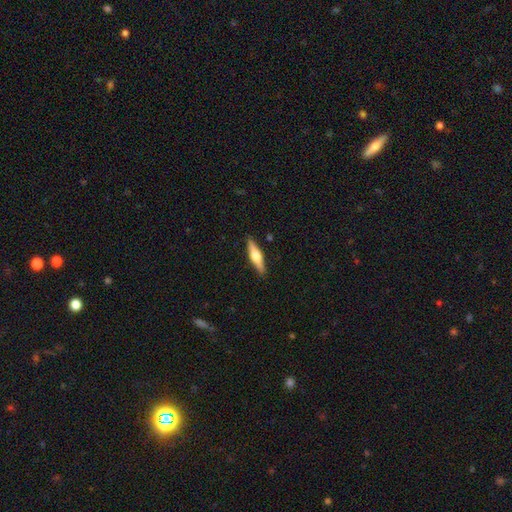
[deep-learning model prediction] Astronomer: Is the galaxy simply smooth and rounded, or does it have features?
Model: featured or disk — 58% (runner-up: smooth, 37%).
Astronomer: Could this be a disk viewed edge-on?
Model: yes — 96%.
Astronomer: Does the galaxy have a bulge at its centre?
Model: rounded — 93%.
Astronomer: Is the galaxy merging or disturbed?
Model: none — 90%.